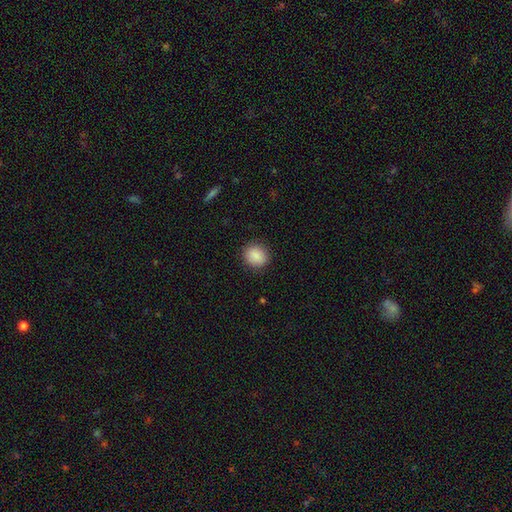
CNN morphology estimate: A smooth galaxy with no disk features (89%) that is round (75%). Merging: none (89%).